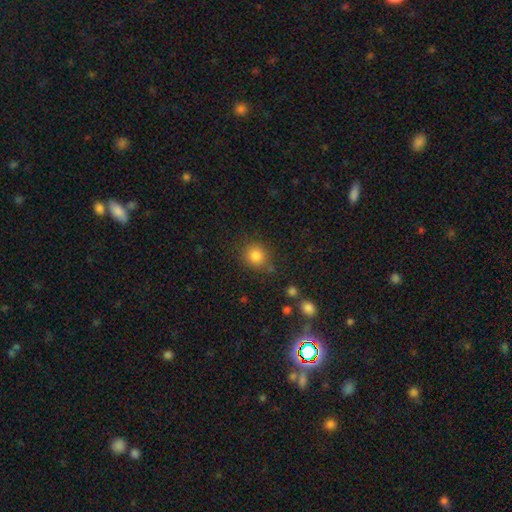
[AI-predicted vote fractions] A smooth galaxy with no disk features (84%) that is round (85%). Merging: none (77%).